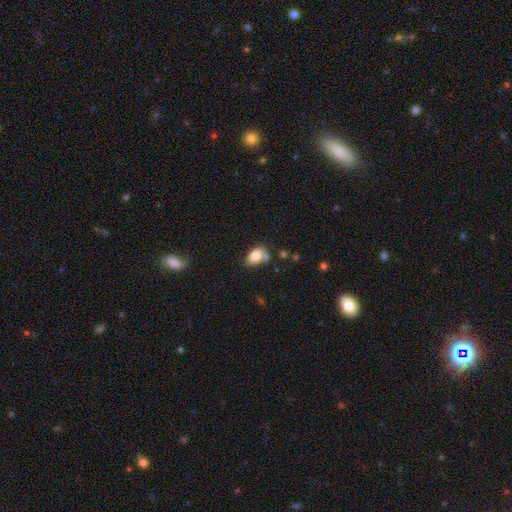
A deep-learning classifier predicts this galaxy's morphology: smooth_or_featured: smooth (p=0.81) [alt: featured or disk p=0.10]
how_rounded: in between (p=0.88) [alt: round p=0.11]
merging: none (p=0.55) [alt: minor disturbance p=0.22]